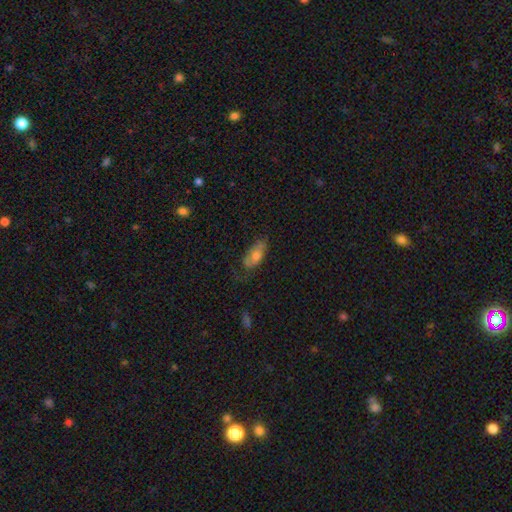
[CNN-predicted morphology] Smooth or featured?
  - smooth: 65% *
  - featured or disk: 28%
  - star or artifact: 7%
How rounded?
  - in between: 85% *
  - cigar-shaped: 12%
  - round: 3%
Merging?
  - none: 53% *
  - minor disturbance: 31%
  - major disturbance: 14%
  - merger: 2%